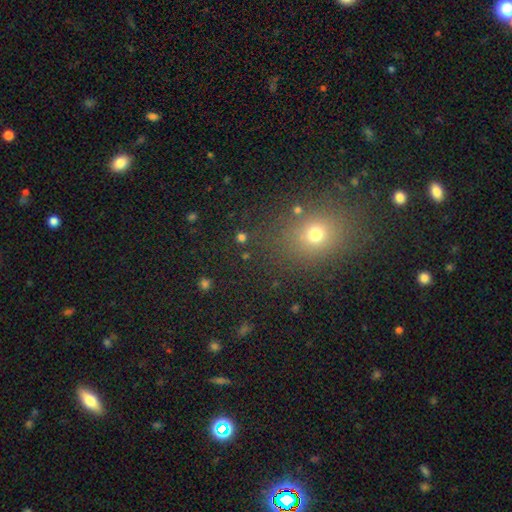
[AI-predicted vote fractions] Smooth or featured?
  - smooth: 58% *
  - star or artifact: 34%
  - featured or disk: 8%
How rounded?
  - round: 56% *
  - in between: 43%
  - cigar-shaped: 2%
Merging?
  - none: 87% *
  - minor disturbance: 8%
  - major disturbance: 3%
  - merger: 2%